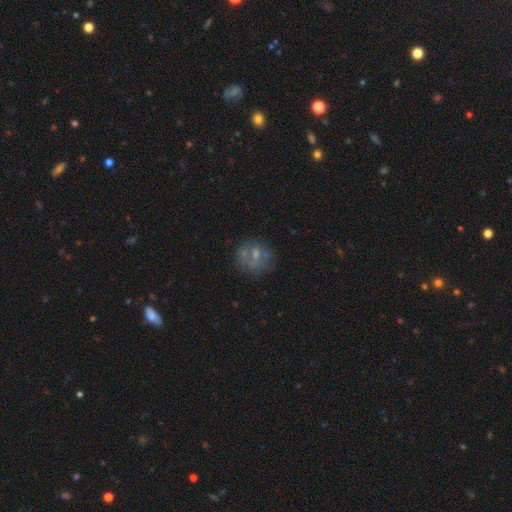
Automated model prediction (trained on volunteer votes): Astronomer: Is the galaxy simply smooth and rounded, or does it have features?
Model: featured or disk — 45% (runner-up: smooth, 44%).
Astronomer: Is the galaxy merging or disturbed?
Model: none — 53%.